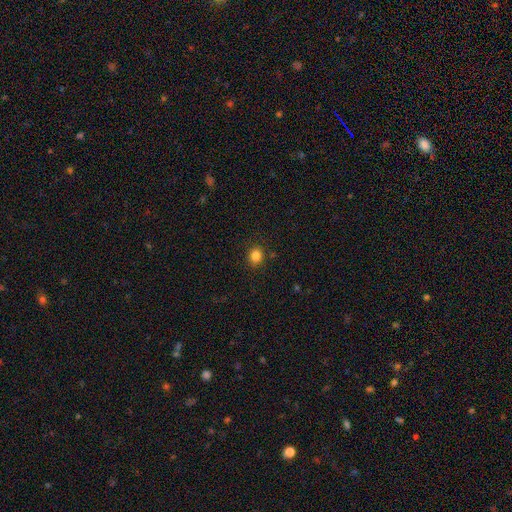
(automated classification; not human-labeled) Morphology: type=smooth (84%); roundness=round (75%); merging=none (89%).